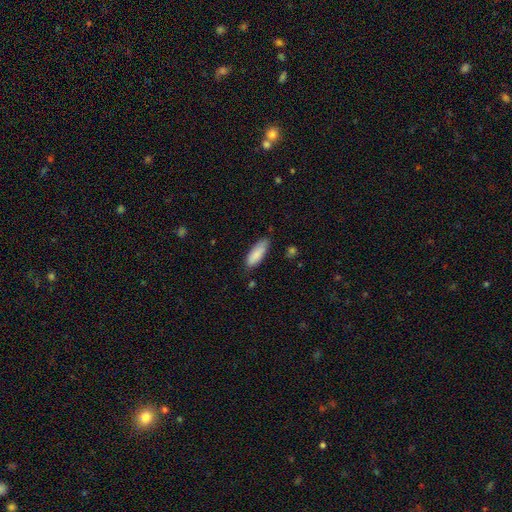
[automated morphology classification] type=smooth (87%); roundness=in between (64%); merging=none (76%).